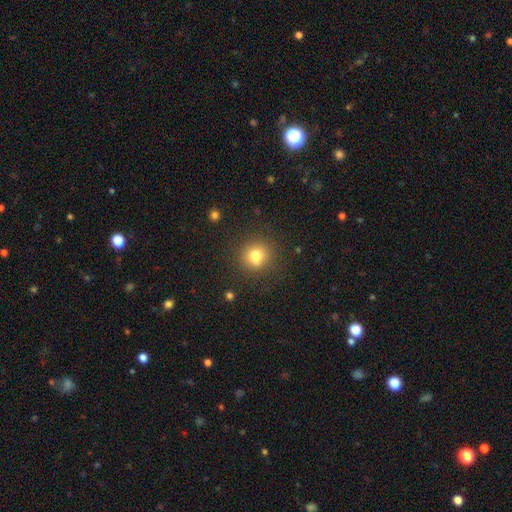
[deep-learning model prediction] smooth 75%, star or artifact 14%, featured or disk 11%. Down the decision tree: how rounded — round (86%); merging — none (77%).